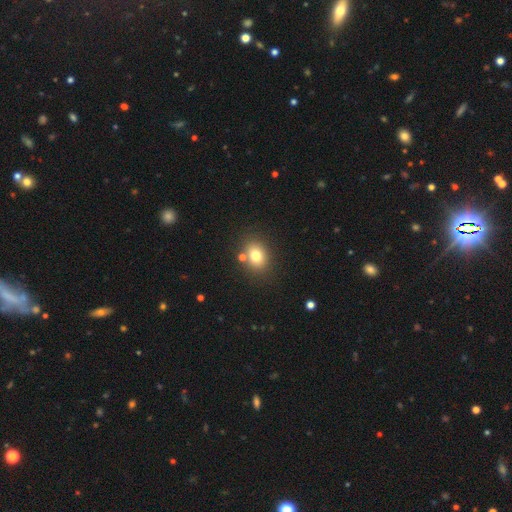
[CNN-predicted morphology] smooth-or-featured: smooth: 77% | star or artifact: 12% | featured or disk: 10%
  how-rounded: in between: 51% | round: 48% | cigar-shaped: 1%
  merging: none: 77% | minor disturbance: 10% | merger: 9% | major disturbance: 3%